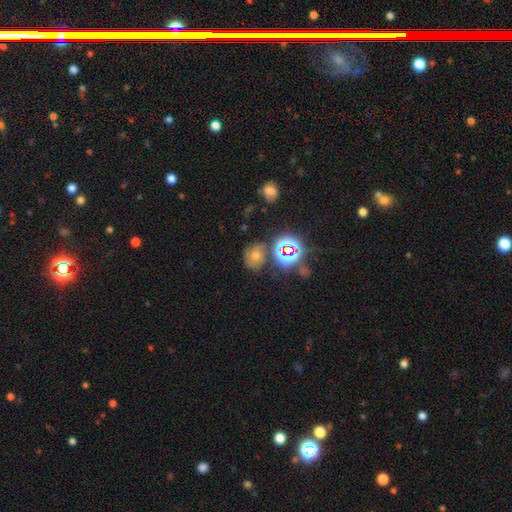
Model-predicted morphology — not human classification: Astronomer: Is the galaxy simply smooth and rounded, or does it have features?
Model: star or artifact — 48% (runner-up: smooth, 32%).